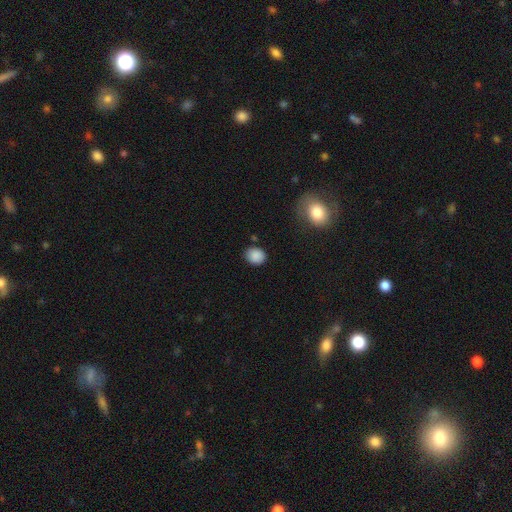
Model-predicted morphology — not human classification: smooth_or_featured: smooth (p=0.87) [alt: star or artifact p=0.09]
how_rounded: round (p=0.66) [alt: in between p=0.33]
merging: none (p=0.84) [alt: minor disturbance p=0.11]